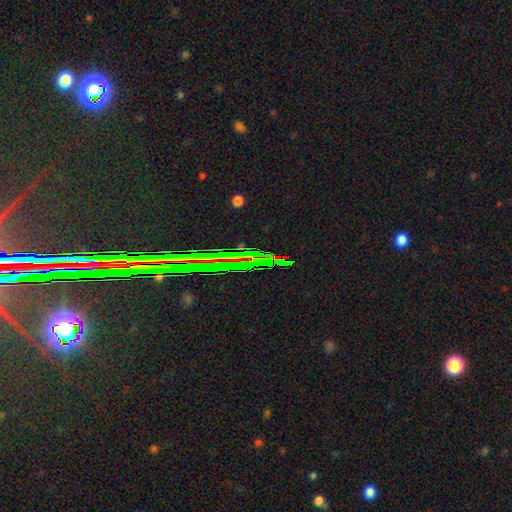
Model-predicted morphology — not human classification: smooth-or-featured: star or artifact: 69% | smooth: 18% | featured or disk: 13%